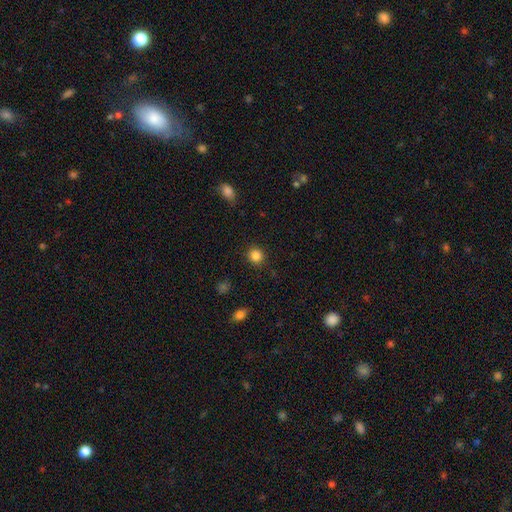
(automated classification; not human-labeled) A smooth galaxy with no disk features (85%) that is round (89%). Merging: none (90%).